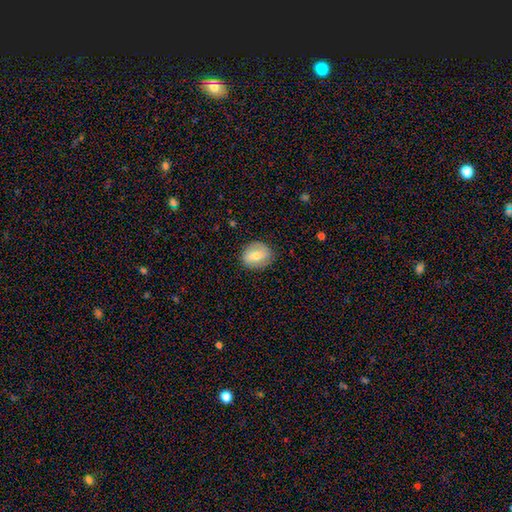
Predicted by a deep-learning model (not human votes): Smooth or featured?
  - smooth: 62% *
  - featured or disk: 31%
  - star or artifact: 7%
How rounded?
  - round: 64% *
  - in between: 35%
  - cigar-shaped: 1%
Merging?
  - none: 84% *
  - minor disturbance: 12%
  - major disturbance: 3%
  - merger: 1%